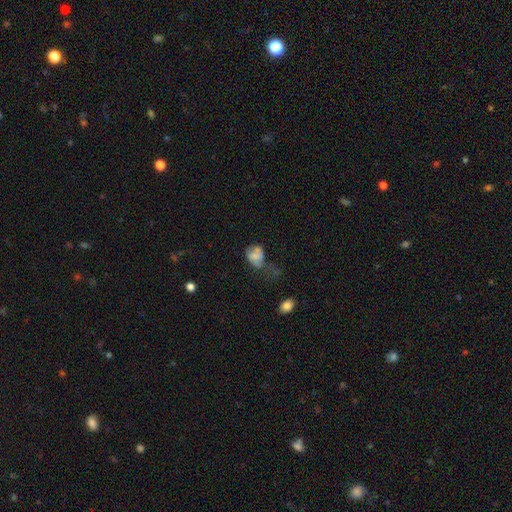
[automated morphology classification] Q: Smooth or featured?
A: smooth (62%); runner-up: featured or disk (25%)
Q: How rounded?
A: in between (65%); runner-up: round (34%)
Q: Merging?
A: major disturbance (37%); runner-up: minor disturbance (23%)